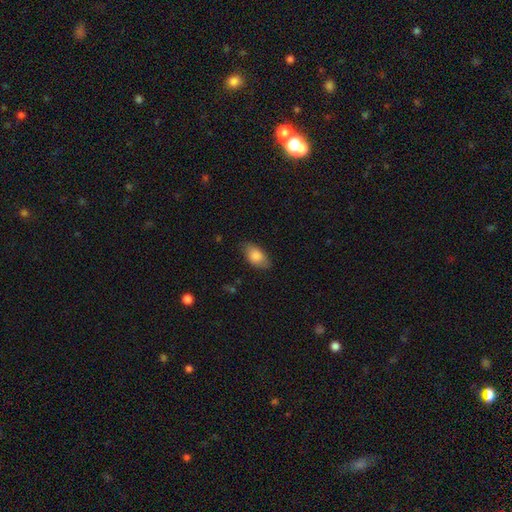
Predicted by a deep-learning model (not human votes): smooth_or_featured: smooth (p=0.84) [alt: featured or disk p=0.10]
how_rounded: in between (p=0.91) [alt: round p=0.06]
merging: none (p=0.77) [alt: minor disturbance p=0.18]